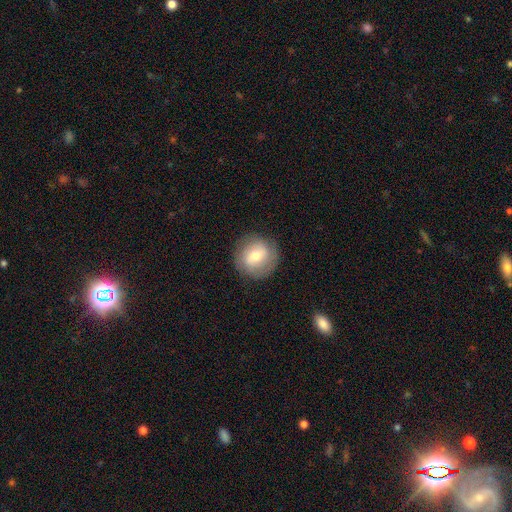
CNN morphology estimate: Smooth or featured? Predicted: smooth (p=0.55). How rounded? Predicted: round (p=0.91). Merging? Predicted: none (p=0.85).